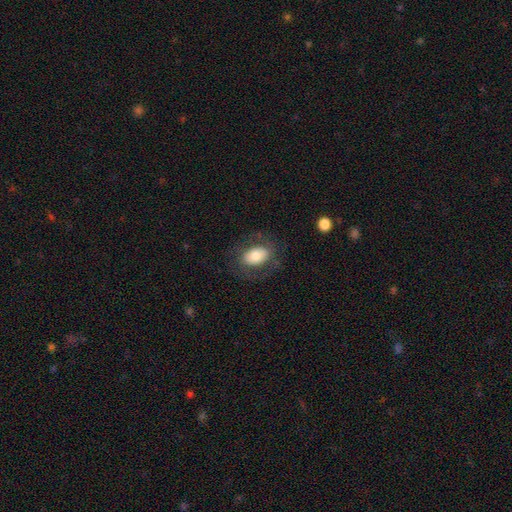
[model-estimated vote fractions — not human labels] Smooth or featured? smooth (71%)
How rounded? in between (85%)
Merging? none (73%)